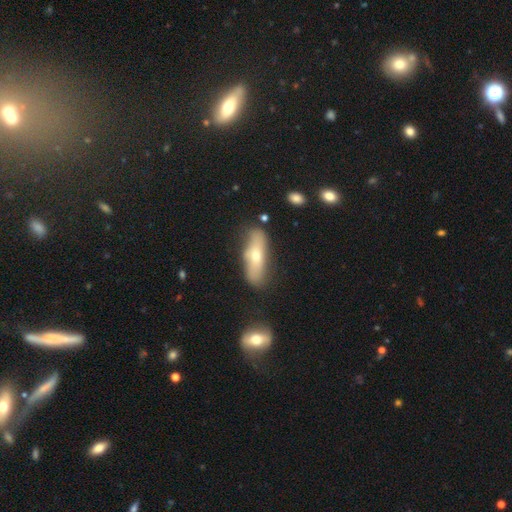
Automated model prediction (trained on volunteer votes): Morphology: type=smooth (53%); roundness=cigar-shaped (50%); merging=none (72%).